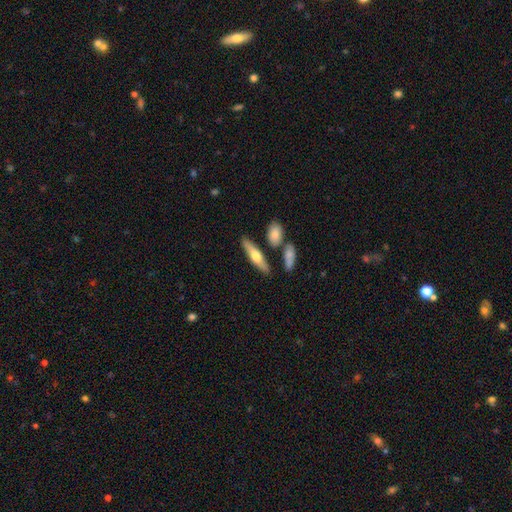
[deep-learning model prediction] The model was most divided on "smooth or featured": smooth: 50%, featured or disk: 45%, star or artifact: 5%. More confident: merging — none (78%).